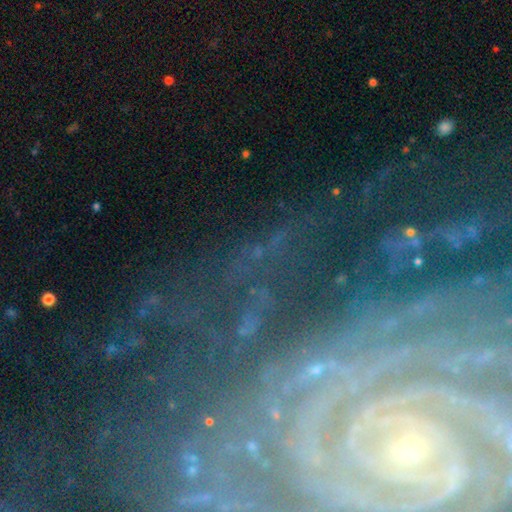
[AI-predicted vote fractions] Smooth or featured? Predicted: featured or disk (p=0.73). Edge-on disk? Predicted: no (p=0.93). Bar? Predicted: no (p=0.44). Spiral arms? Predicted: yes (p=0.94). Spiral winding? Predicted: tight (p=0.79). Spiral arm count? Predicted: can't tell (p=0.23). Bulge size? Predicted: small (p=0.71). Merging? Predicted: none (p=0.71).